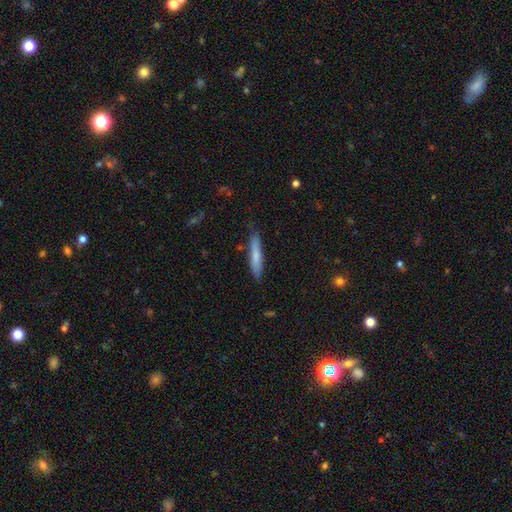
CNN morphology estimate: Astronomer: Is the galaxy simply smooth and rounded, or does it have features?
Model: smooth — 72%.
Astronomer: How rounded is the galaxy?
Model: cigar-shaped — 91%.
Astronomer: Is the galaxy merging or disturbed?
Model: none — 83%.